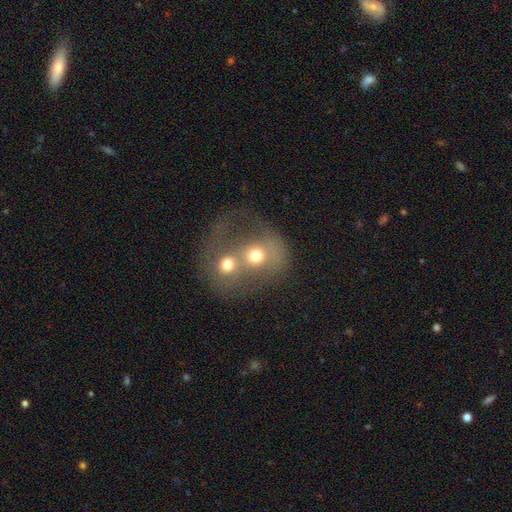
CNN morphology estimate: A smooth galaxy with no disk features (54%) that is round (68%). Merging: merger (74%).